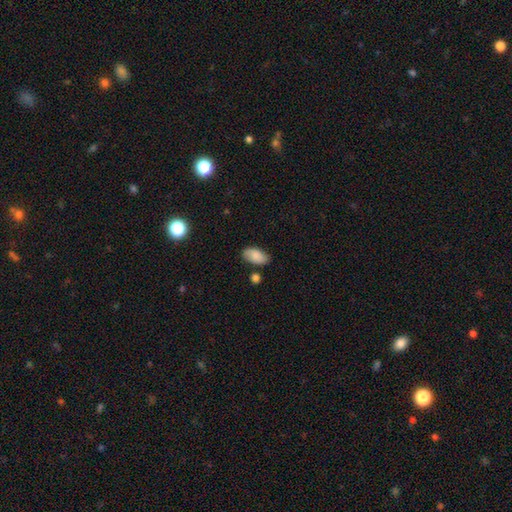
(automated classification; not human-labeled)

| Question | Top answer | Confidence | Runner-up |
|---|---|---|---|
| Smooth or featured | smooth | 81% | featured or disk (11%) |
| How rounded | in between | 94% | round (4%) |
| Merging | none | 72% | minor disturbance (19%) |